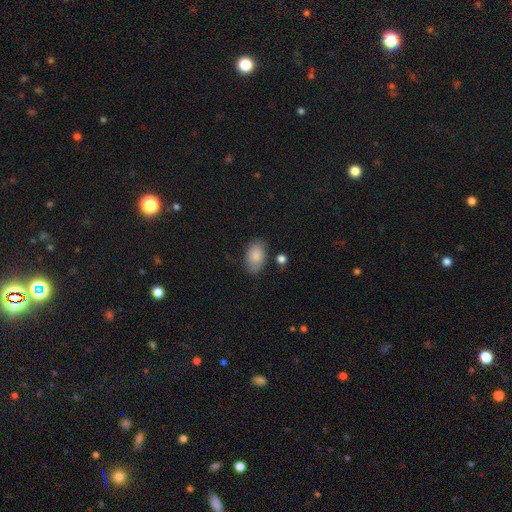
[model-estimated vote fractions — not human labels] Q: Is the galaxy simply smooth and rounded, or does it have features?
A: smooth — 85%.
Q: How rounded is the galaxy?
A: in between — 91%.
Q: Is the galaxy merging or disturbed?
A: none — 78%.